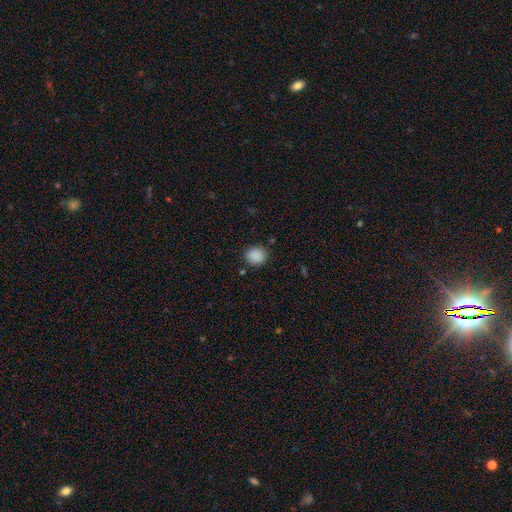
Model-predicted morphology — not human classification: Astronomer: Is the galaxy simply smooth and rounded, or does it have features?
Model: smooth — 88%.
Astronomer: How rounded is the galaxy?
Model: round — 74%.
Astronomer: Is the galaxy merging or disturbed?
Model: none — 84%.